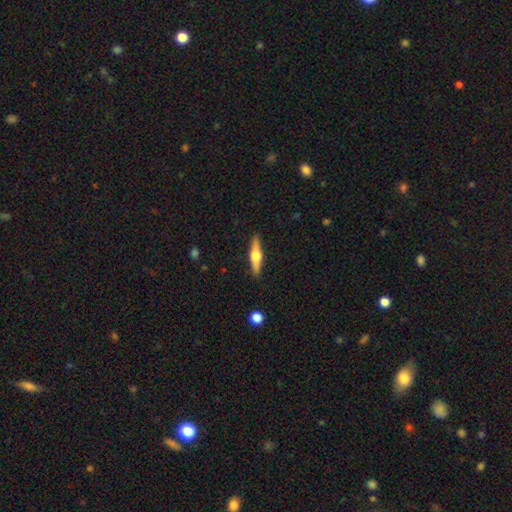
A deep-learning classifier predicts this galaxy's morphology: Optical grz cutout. It shows a featured or disk galaxy (64%) viewed edge-on (97%) with a rounded central bulge (94%). Merging: none (90%).